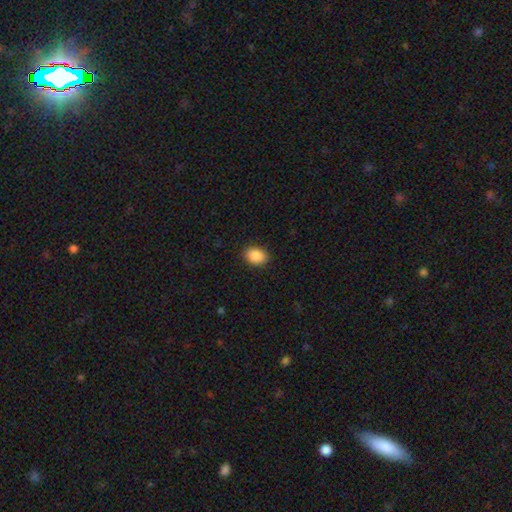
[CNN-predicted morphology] Smooth or featured? smooth (89%)
How rounded? in between (76%)
Merging? none (89%)